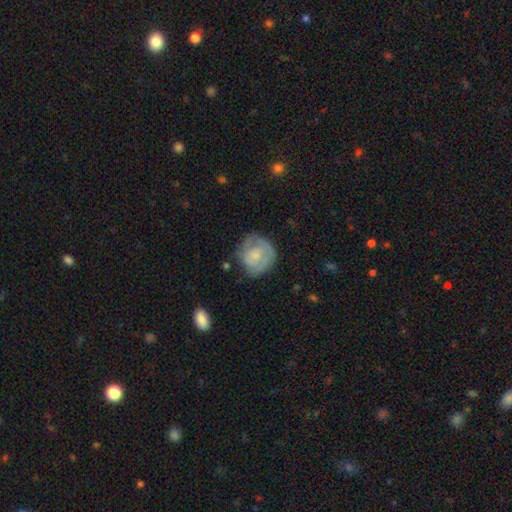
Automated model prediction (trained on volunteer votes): This is possibly a smooth galaxy (56%). How rounded: clearly round (85%). Merging: likely none (61%).